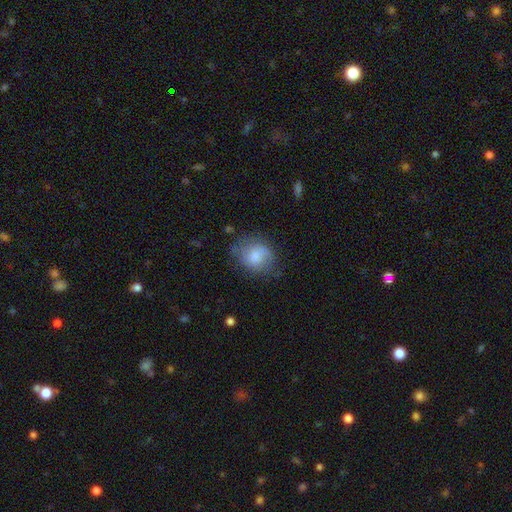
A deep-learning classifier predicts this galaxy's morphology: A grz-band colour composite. It shows a smooth galaxy with no disk features (73%) that is round (63%). Merging: none (59%).